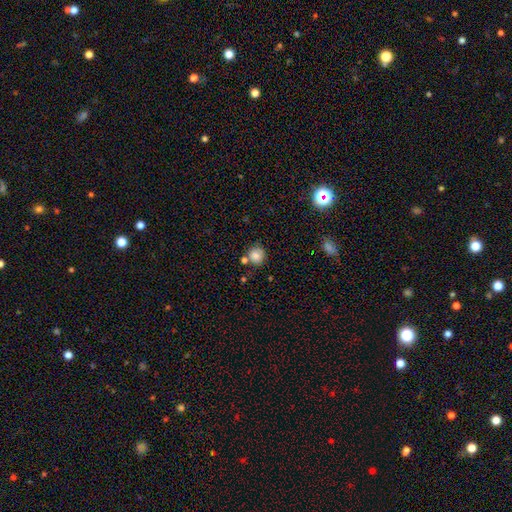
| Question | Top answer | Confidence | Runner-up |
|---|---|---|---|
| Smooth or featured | smooth | 87% | star or artifact (8%) |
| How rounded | round | 94% | in between (6%) |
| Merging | none | 72% | minor disturbance (17%) |